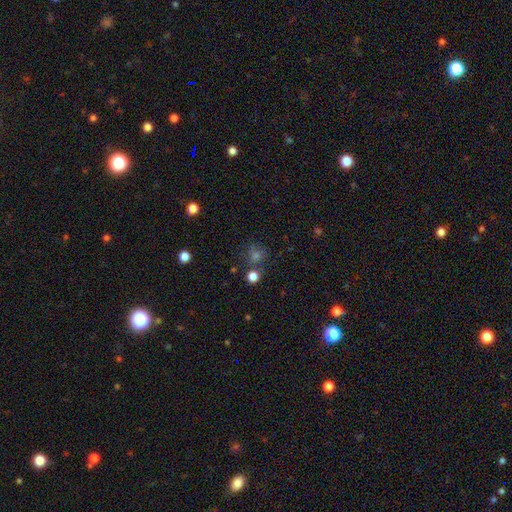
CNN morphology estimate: This appears to be a smooth galaxy with no disk features (50%). Merging: none (72%).